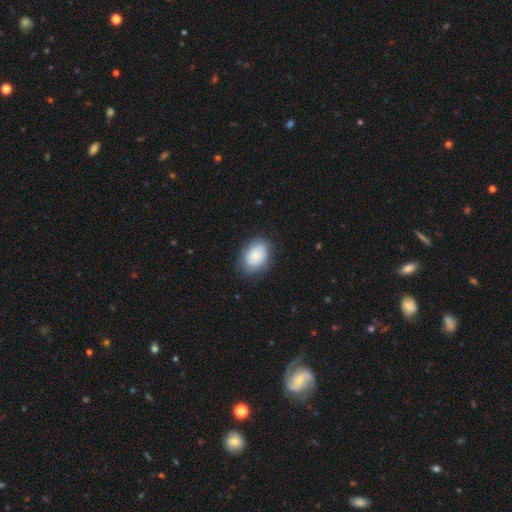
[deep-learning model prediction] Morphology: type=smooth (73%); roundness=in between (75%); merging=none (76%).